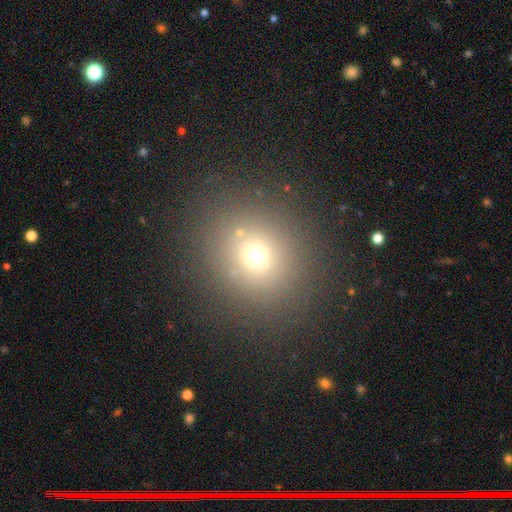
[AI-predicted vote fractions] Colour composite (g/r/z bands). It shows a smooth galaxy with no disk features (66%) that is round (82%). Merging: none (84%).